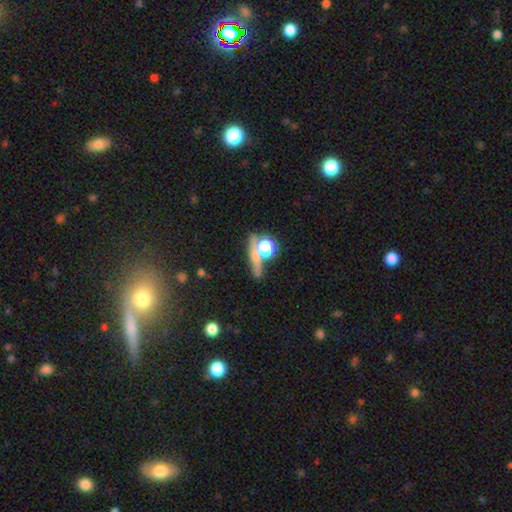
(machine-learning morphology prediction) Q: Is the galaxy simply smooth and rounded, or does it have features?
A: smooth — 47%.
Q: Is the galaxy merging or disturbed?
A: none — 59%.